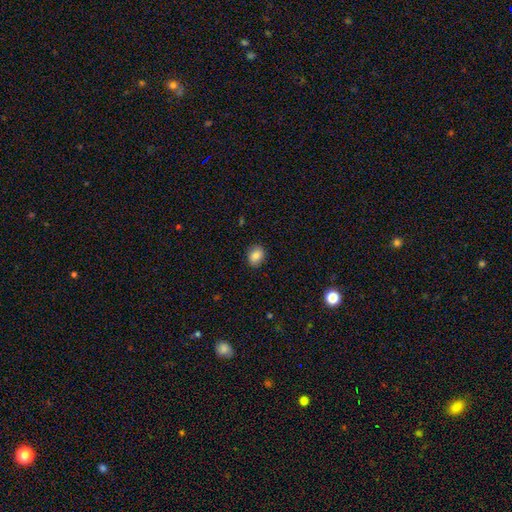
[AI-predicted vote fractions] Smooth or featured: smooth — 85% (star or artifact — 9%)
How rounded: round — 50% (in between — 49%)
Merging: none — 89% (minor disturbance — 8%)